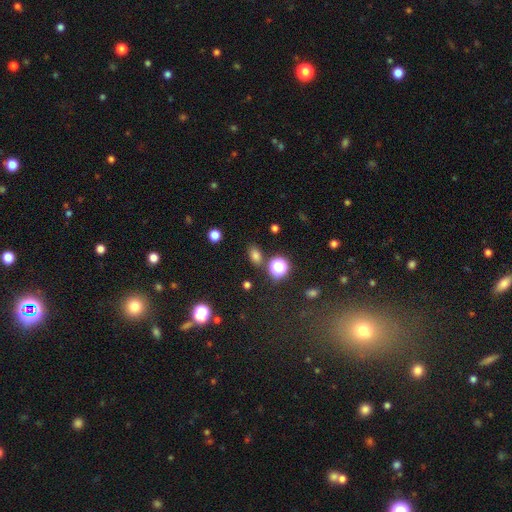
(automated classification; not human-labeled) Q: Smooth or featured?
A: smooth (72%); runner-up: star or artifact (22%)
Q: How rounded?
A: in between (75%); runner-up: round (22%)
Q: Merging?
A: none (81%); runner-up: minor disturbance (11%)